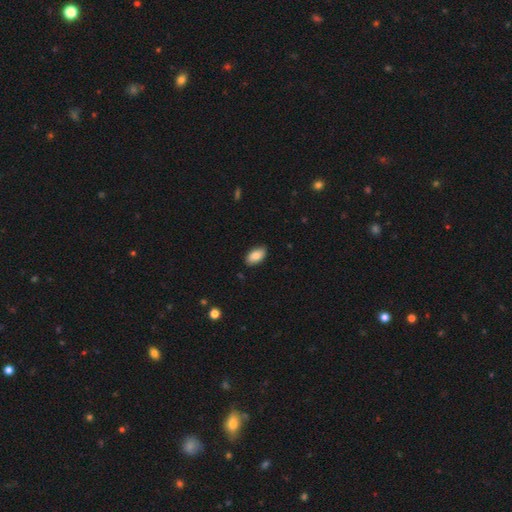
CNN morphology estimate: Smooth or featured? smooth (85%)
How rounded? in between (94%)
Merging? none (87%)